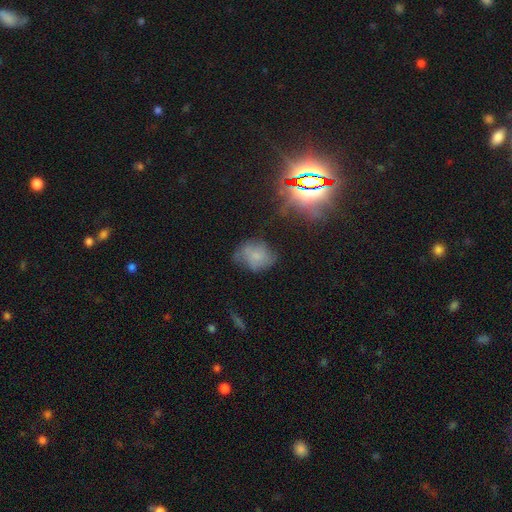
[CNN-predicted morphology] This appears to be a smooth galaxy with no disk features (55%) that is in between round and cigar-shaped (55%). Merging: none (49%).